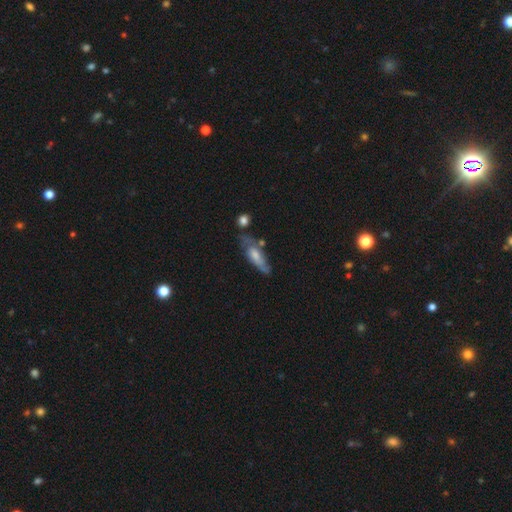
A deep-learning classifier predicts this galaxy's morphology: A smooth galaxy with no disk features (49%). Merging: none (51%).